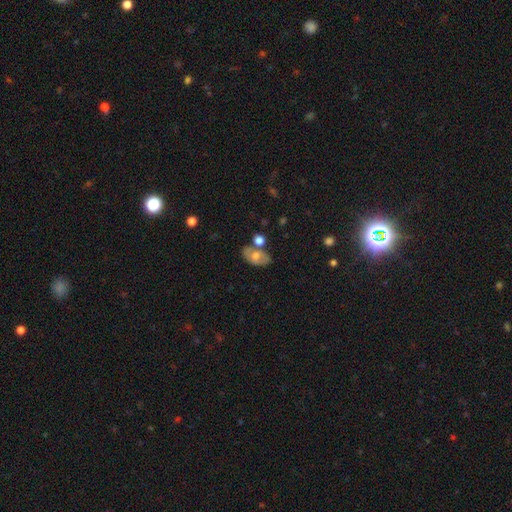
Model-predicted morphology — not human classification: The model was most divided on "smooth or featured": smooth: 54%, featured or disk: 38%, star or artifact: 8%. More confident: how rounded — in between (89%); merging — none (54%).